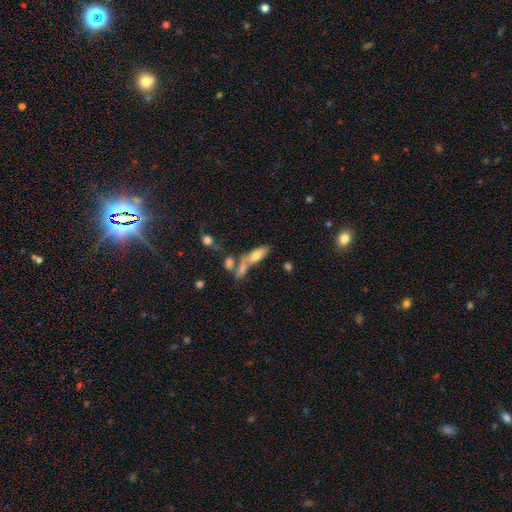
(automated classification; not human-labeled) A smooth galaxy with no disk features (70%) that is in between round and cigar-shaped (69%). Merging: merger (42%).